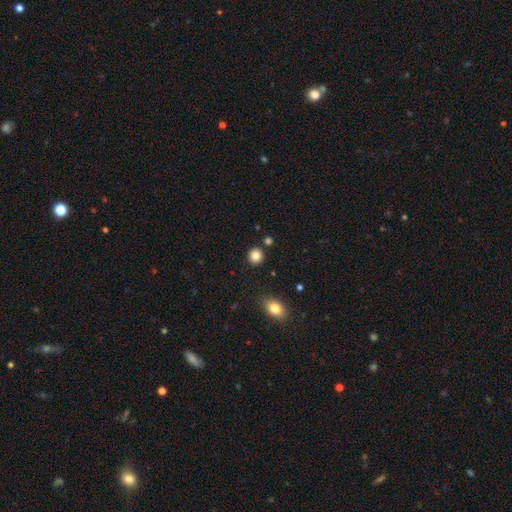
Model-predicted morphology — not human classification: smooth-or-featured: smooth: 85% | star or artifact: 10% | featured or disk: 5%
  how-rounded: round: 88% | in between: 11% | cigar-shaped: 1%
  merging: none: 88% | minor disturbance: 6% | merger: 3% | major disturbance: 2%